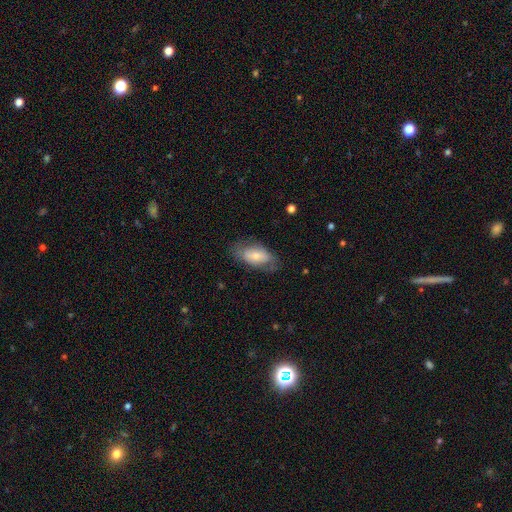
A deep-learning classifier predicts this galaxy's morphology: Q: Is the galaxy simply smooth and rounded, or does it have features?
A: smooth — 63%.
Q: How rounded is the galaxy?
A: in between — 91%.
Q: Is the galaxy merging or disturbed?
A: none — 69%.